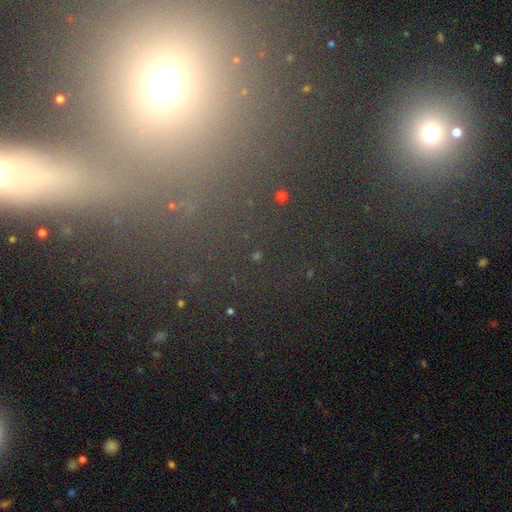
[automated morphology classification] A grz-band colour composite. It shows a star or artifact, not a galaxy (54%).